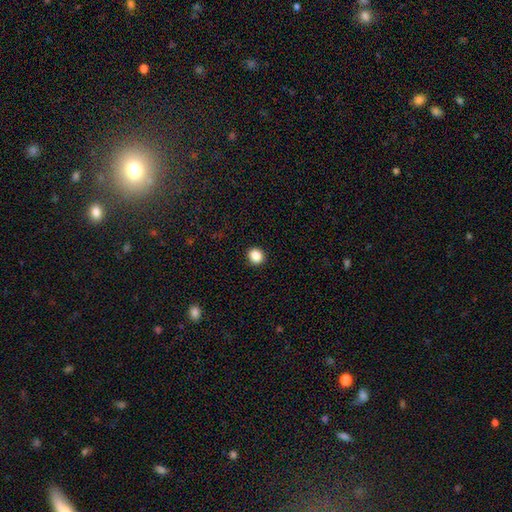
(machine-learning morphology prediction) This appears to be a smooth galaxy with no disk features (86%) that is round (82%). Merging: none (92%).